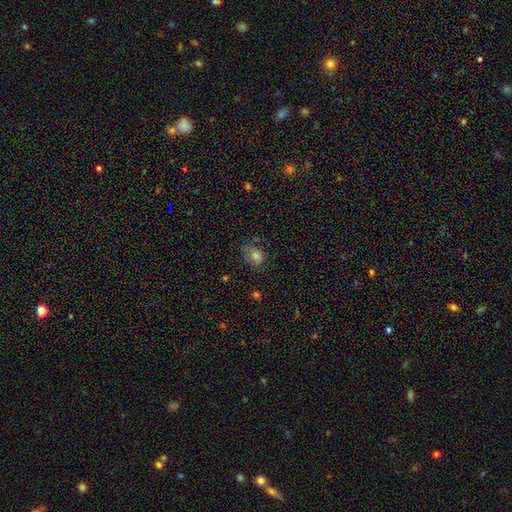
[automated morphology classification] Smooth or featured?
  - smooth: 66% *
  - star or artifact: 20%
  - featured or disk: 14%
How rounded?
  - in between: 62% *
  - round: 36%
  - cigar-shaped: 2%
Merging?
  - none: 62% *
  - minor disturbance: 24%
  - major disturbance: 12%
  - merger: 3%